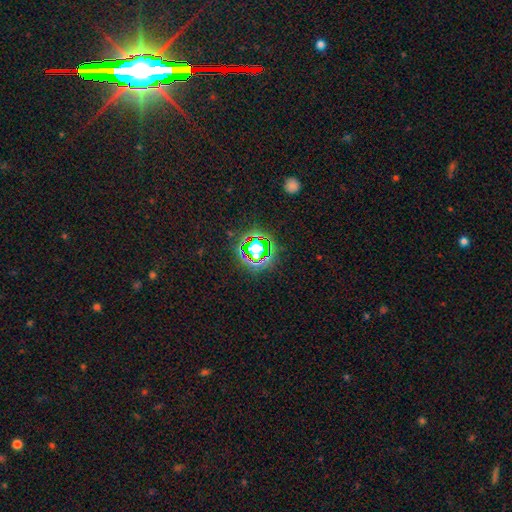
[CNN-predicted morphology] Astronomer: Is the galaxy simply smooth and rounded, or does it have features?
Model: star or artifact — 64%.